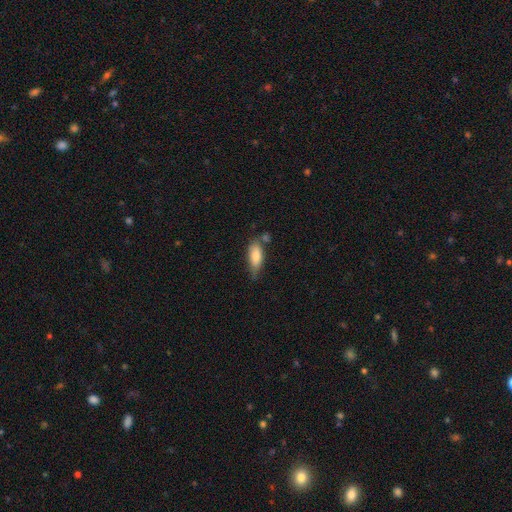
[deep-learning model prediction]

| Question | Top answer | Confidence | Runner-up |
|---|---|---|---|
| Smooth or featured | smooth | 77% | featured or disk (17%) |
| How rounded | in between | 71% | cigar-shaped (27%) |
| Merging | none | 54% | minor disturbance (28%) |